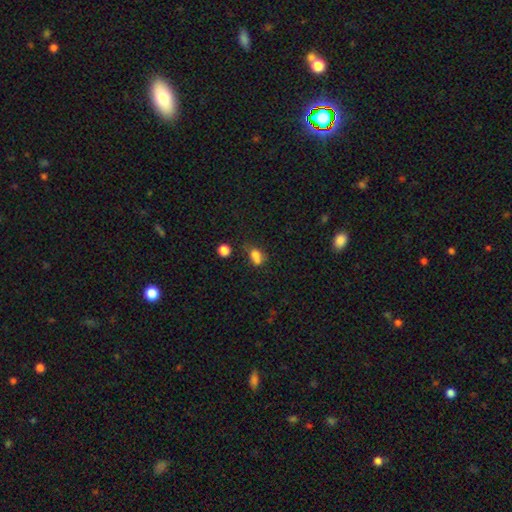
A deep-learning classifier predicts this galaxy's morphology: Smooth or featured? Predicted: smooth (p=0.74). How rounded? Predicted: in between (p=0.67). Merging? Predicted: none (p=0.38).